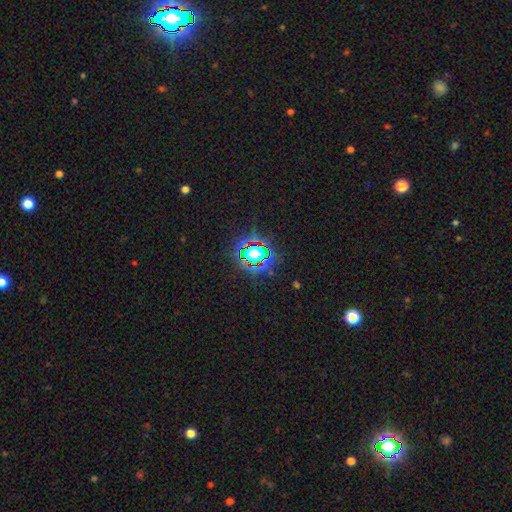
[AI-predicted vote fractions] star or artifact 64%, smooth 24%, featured or disk 12%.